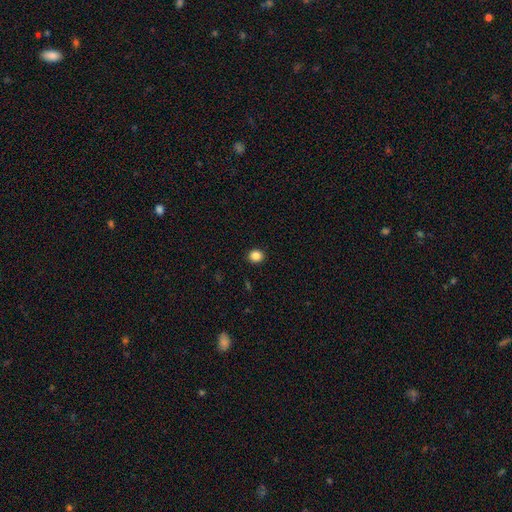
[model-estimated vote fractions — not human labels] smooth-or-featured: smooth: 86% | star or artifact: 11% | featured or disk: 4%
  how-rounded: round: 85% | in between: 14% | cigar-shaped: 1%
  merging: none: 92% | minor disturbance: 5% | major disturbance: 2% | merger: 1%